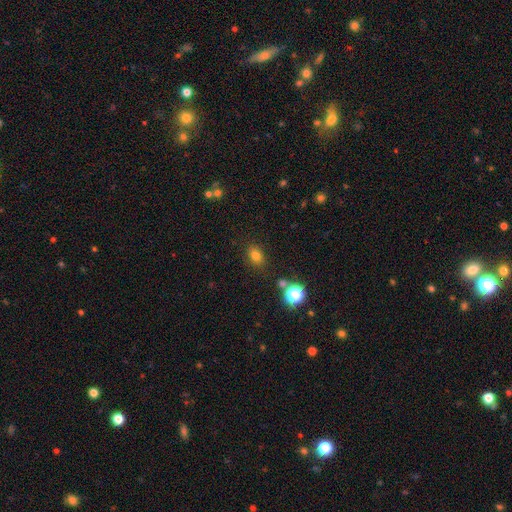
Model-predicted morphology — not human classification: A smooth galaxy with no disk features (75%) that is in between round and cigar-shaped (54%).

Vote fractions:
- Smooth or featured? smooth: 75% / star or artifact: 17% / featured or disk: 7%
- How rounded? in between: 54% / round: 44% / cigar-shaped: 1%
- Merging? none: 84% / minor disturbance: 9% / merger: 4% / major disturbance: 3%